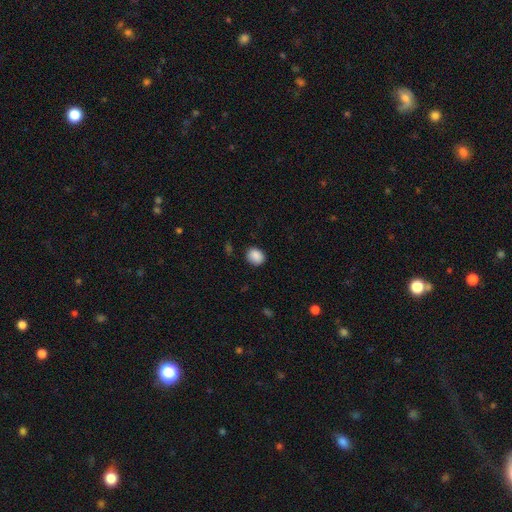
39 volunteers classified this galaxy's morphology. A smooth galaxy with no disk features (85%) that is round (64%). Merging: none (74%).